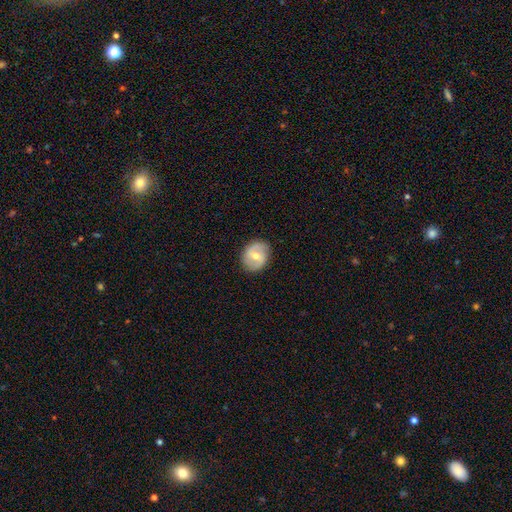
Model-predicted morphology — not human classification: Q: Smooth or featured?
A: featured or disk (65%); runner-up: smooth (29%)
Q: Edge-on disk?
A: no (97%); runner-up: yes (3%)
Q: Bar?
A: weak (50%); runner-up: no (31%)
Q: Spiral arms?
A: yes (83%); runner-up: no (17%)
Q: Spiral winding?
A: medium (47%); runner-up: tight (28%)
Q: Spiral arm count?
A: 2 (87%); runner-up: can't tell (7%)
Q: Bulge size?
A: moderate (64%); runner-up: small (31%)
Q: Merging?
A: none (85%); runner-up: minor disturbance (11%)